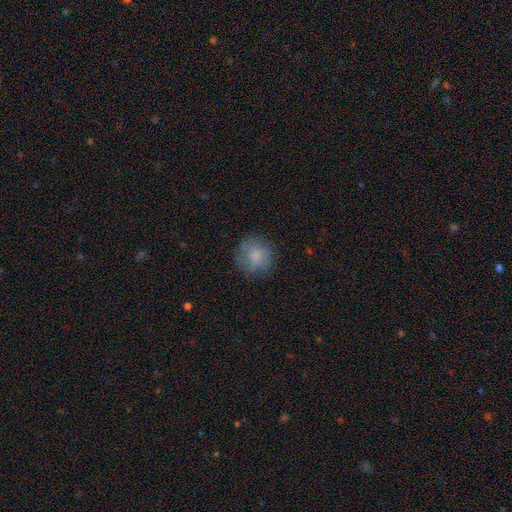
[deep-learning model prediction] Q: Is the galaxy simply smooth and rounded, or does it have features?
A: smooth — 76%.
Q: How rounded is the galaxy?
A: round — 92%.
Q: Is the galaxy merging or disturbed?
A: none — 80%.